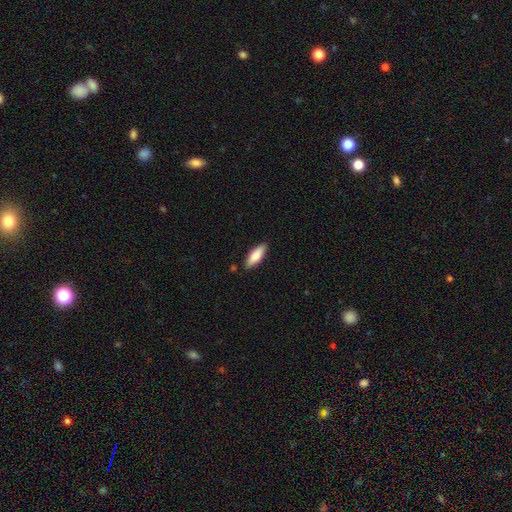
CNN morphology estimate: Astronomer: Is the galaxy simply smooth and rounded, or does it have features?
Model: smooth — 81%.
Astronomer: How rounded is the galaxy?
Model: in between — 66%.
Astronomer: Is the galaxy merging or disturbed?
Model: none — 86%.